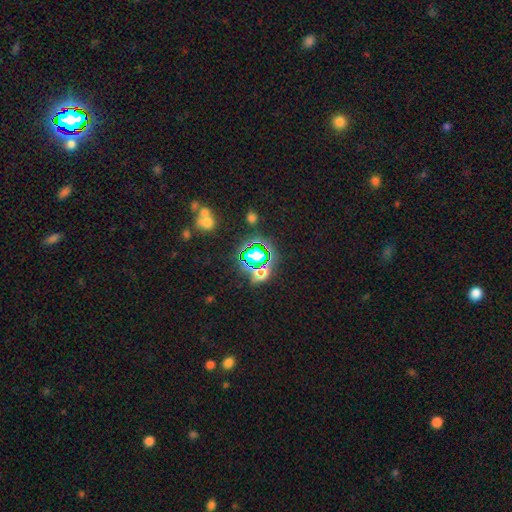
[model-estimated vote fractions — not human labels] Smooth or featured? Predicted: star or artifact (p=0.67).